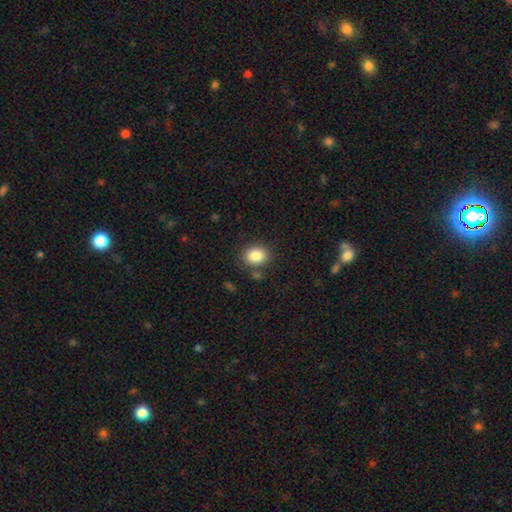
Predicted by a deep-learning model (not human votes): Smooth or featured? smooth (85%)
How rounded? round (59%)
Merging? none (81%)